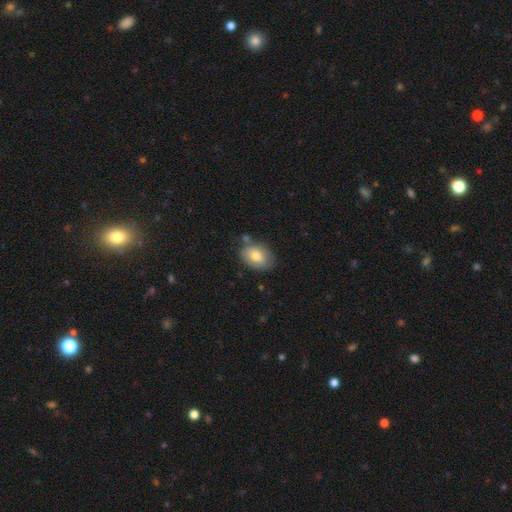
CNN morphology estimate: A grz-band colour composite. It shows a smooth galaxy with no disk features (77%) that is in between round and cigar-shaped (79%). Merging: none (70%).